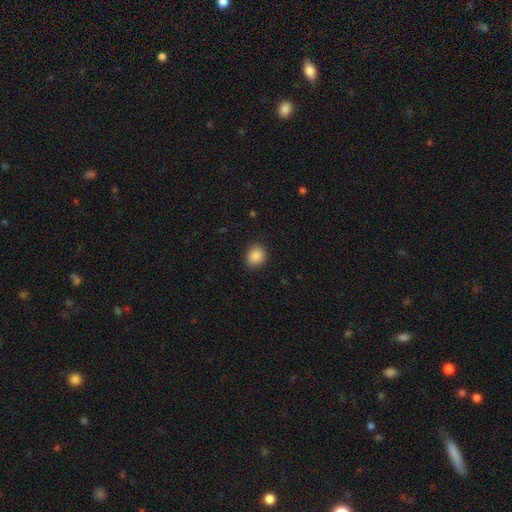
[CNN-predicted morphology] Smooth or featured? Predicted: smooth (p=0.88). How rounded? Predicted: round (p=0.66). Merging? Predicted: none (p=0.88).